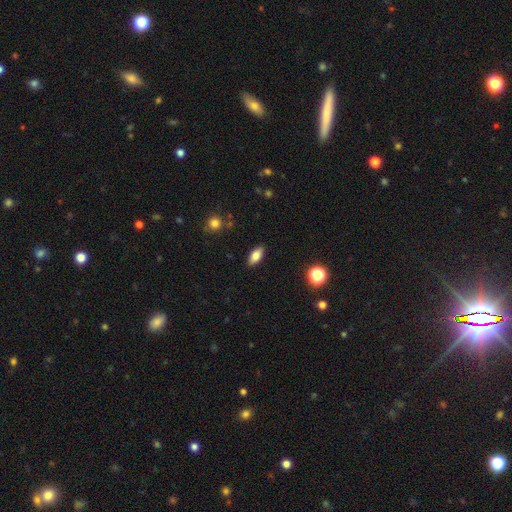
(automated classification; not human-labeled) Smooth or featured: smooth — 79% (featured or disk — 12%)
How rounded: in between — 87% (cigar-shaped — 9%)
Merging: none — 88% (minor disturbance — 9%)